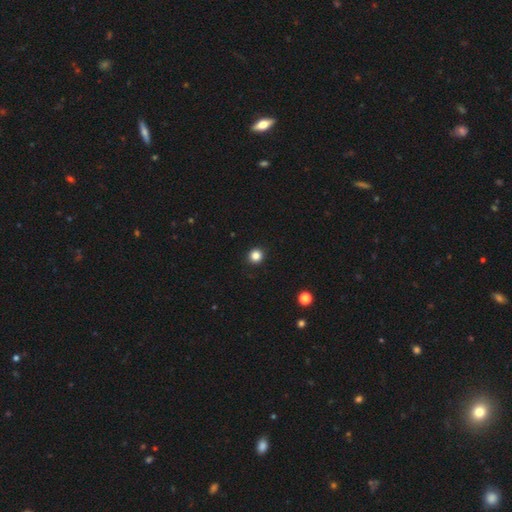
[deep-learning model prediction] Morphology: type=smooth (84%); roundness=round (94%); merging=none (93%).